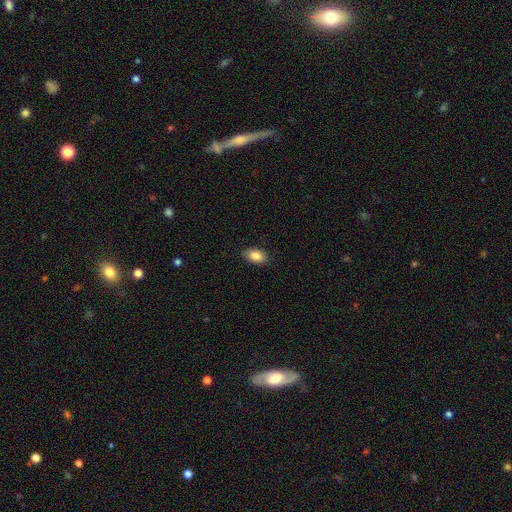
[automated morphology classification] Smooth or featured? smooth (87%)
How rounded? in between (91%)
Merging? none (86%)